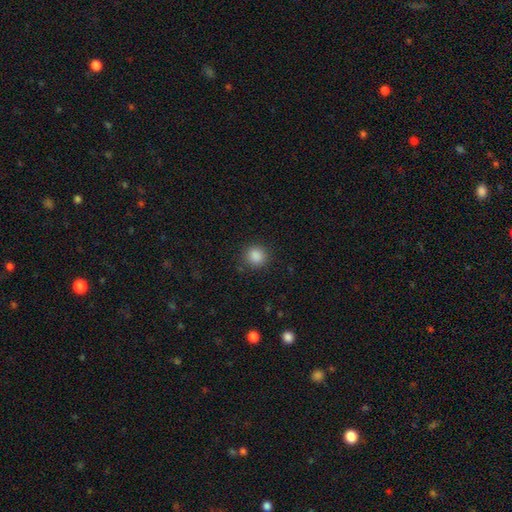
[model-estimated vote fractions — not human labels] smooth 86%, star or artifact 10%, featured or disk 3%. Down the decision tree: how rounded — round (91%); merging — none (88%).